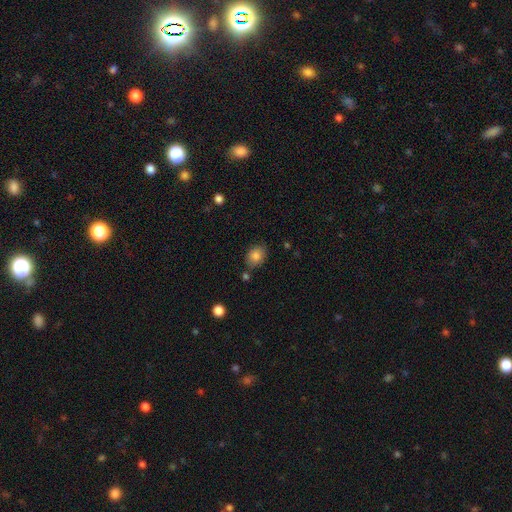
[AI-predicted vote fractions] The model was most divided on "how rounded": in between: 69%, round: 30%, cigar-shaped: 1%. More confident: smooth or featured — smooth (83%); merging — none (77%).